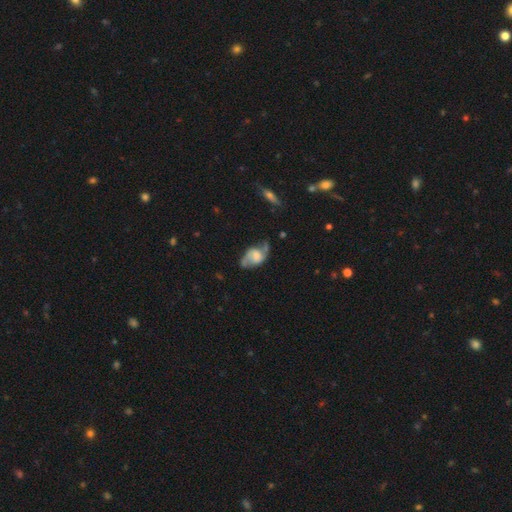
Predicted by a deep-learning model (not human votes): This appears to be a featured or disk galaxy (68%) with no bar (46%), 2 (83%) loose (47%) spiral arms (86%) and a moderate central bulge (33%). Merging: none (47%).